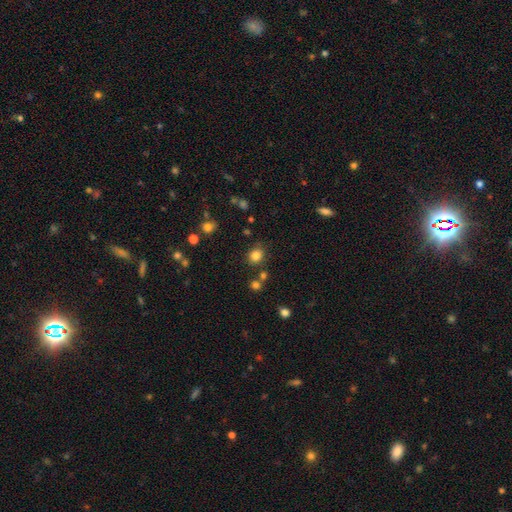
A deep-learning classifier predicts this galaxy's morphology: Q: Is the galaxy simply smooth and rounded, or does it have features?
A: smooth — 82%.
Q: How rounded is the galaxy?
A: round — 77%.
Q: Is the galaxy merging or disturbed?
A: none — 79%.